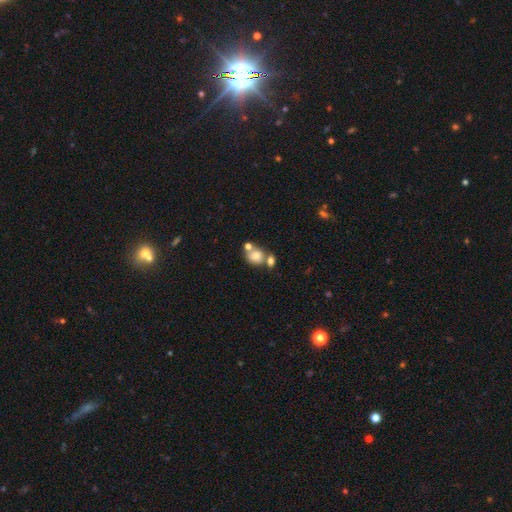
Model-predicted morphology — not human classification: Smooth or featured: smooth — 76% (featured or disk — 13%)
How rounded: round — 62% (in between — 36%)
Merging: merger — 43% (none — 40%)